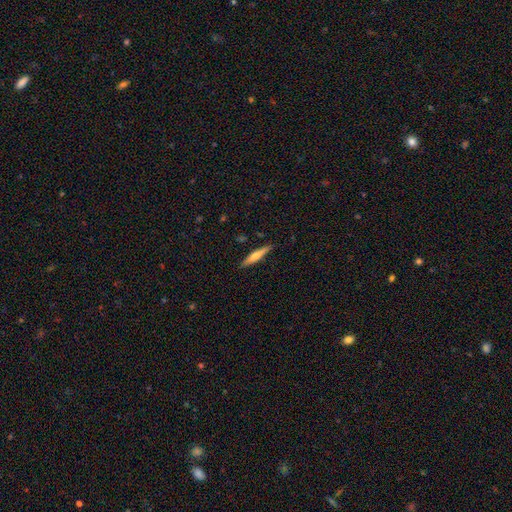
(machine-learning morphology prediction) A featured or disk galaxy (47%, tied with smooth). Merging: none (89%).